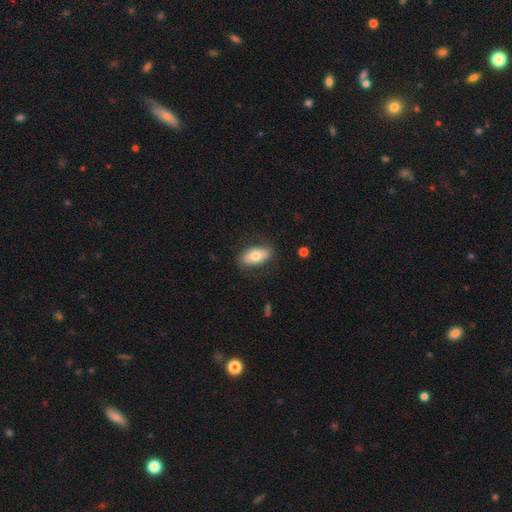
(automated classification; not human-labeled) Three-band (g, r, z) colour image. It shows a smooth galaxy with no disk features (69%) that is in between round and cigar-shaped (88%). Merging: none (81%).